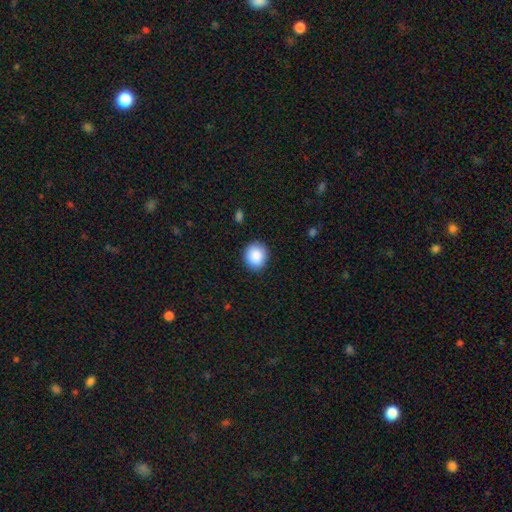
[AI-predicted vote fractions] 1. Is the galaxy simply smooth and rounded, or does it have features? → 89% smooth, 7% star or artifact, 4% featured or disk.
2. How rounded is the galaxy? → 74% round, 25% in between, 1% cigar-shaped.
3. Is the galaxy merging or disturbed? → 88% none, 9% minor disturbance, 2% major disturbance, 1% merger.